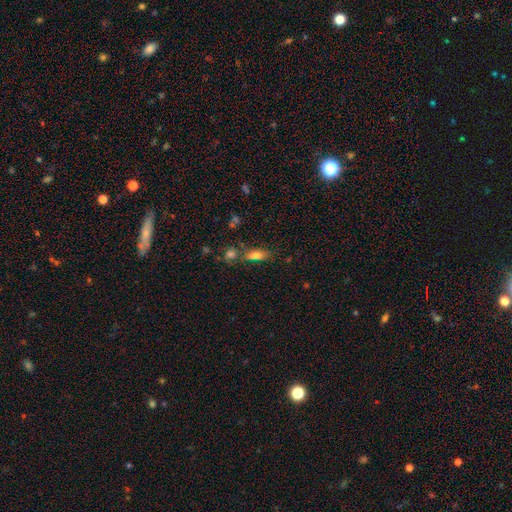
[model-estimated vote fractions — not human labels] A smooth galaxy with no disk features (76%) that is in between round and cigar-shaped (72%).

Vote fractions:
- Smooth or featured? smooth: 76% / featured or disk: 13% / star or artifact: 11%
- How rounded? in between: 72% / cigar-shaped: 23% / round: 5%
- Merging? none: 61% / merger: 17% / minor disturbance: 16% / major disturbance: 6%